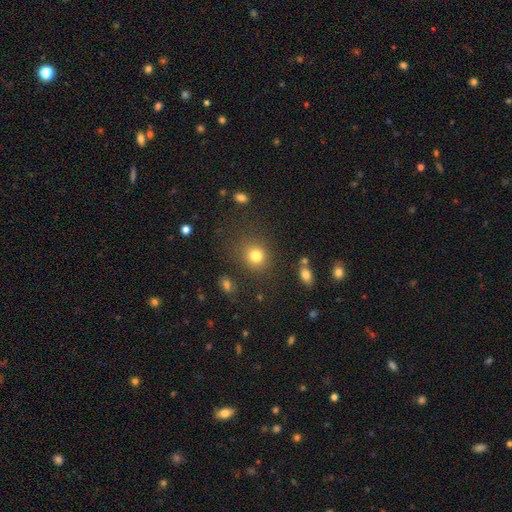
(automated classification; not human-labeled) Overall: smooth (80%). How rounded: round (78%). Merging: none (79%).